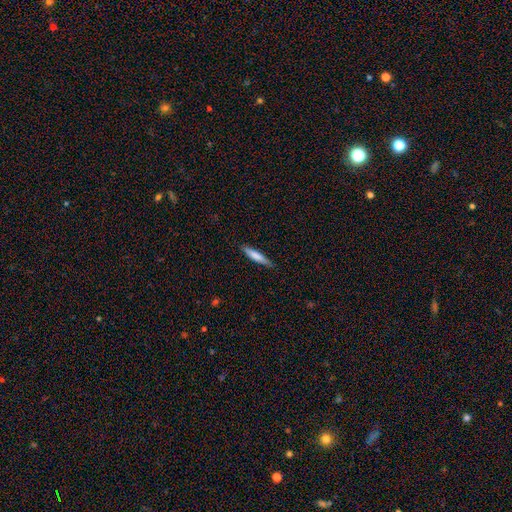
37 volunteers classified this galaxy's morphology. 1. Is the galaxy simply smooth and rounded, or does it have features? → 76% smooth, 19% featured or disk, 5% star or artifact.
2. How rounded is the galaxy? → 93% cigar-shaped, 7% in between, 0% round.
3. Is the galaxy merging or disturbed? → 91% none, 6% minor disturbance, 3% major disturbance, 0% merger.